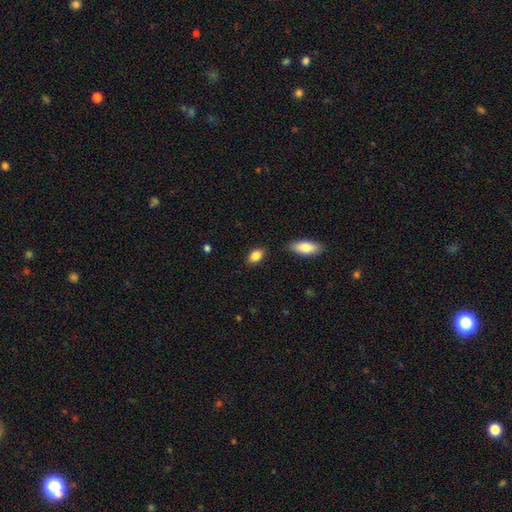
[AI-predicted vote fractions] smooth-or-featured: smooth: 86% | star or artifact: 7% | featured or disk: 6%
  how-rounded: in between: 88% | round: 9% | cigar-shaped: 3%
  merging: none: 85% | minor disturbance: 10% | merger: 3% | major disturbance: 2%